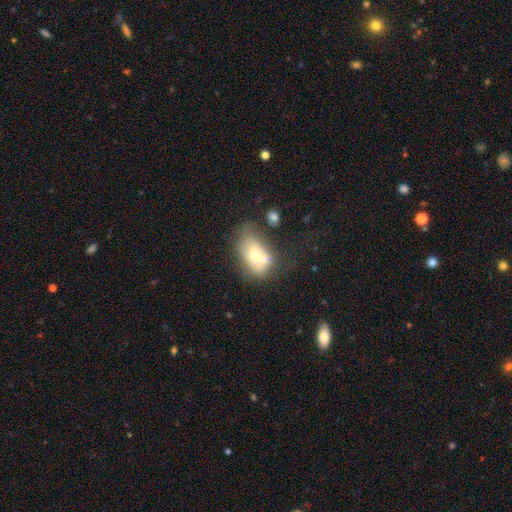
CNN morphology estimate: smooth_or_featured: smooth (p=0.55) [alt: featured or disk p=0.37]
how_rounded: in between (p=0.81) [alt: round p=0.17]
merging: merger (p=0.48) [alt: none p=0.25]